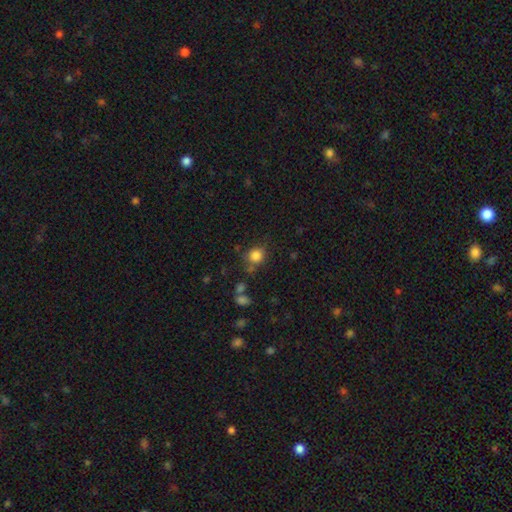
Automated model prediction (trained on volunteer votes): Smooth or featured? Predicted: smooth (p=0.83). How rounded? Predicted: round (p=0.81). Merging? Predicted: none (p=0.69).